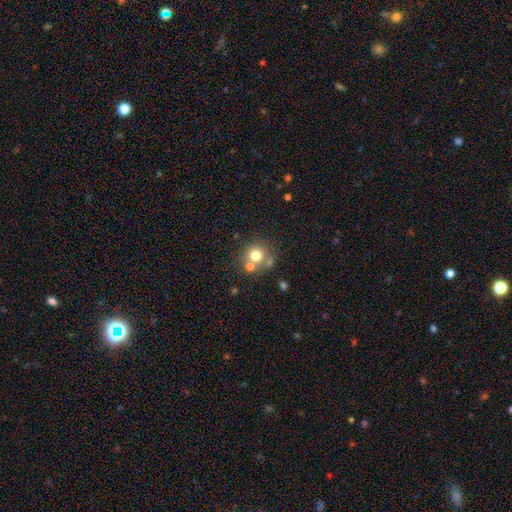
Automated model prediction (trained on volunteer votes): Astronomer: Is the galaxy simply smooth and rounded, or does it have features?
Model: smooth — 72%.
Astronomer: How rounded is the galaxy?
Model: round — 89%.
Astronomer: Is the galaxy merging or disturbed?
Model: none — 60%.